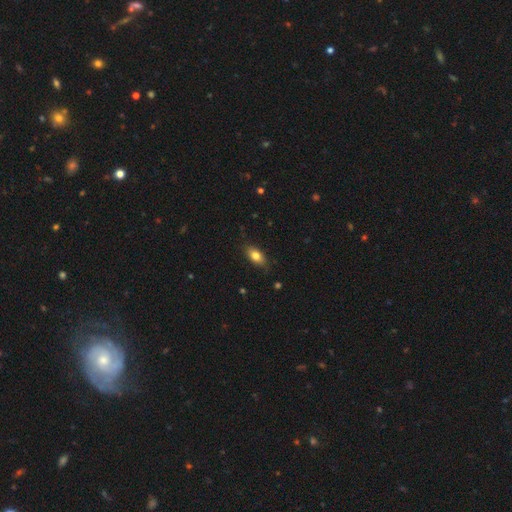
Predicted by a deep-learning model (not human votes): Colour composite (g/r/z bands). It shows a smooth galaxy with no disk features (80%) that is in between round and cigar-shaped (87%). Merging: none (83%).